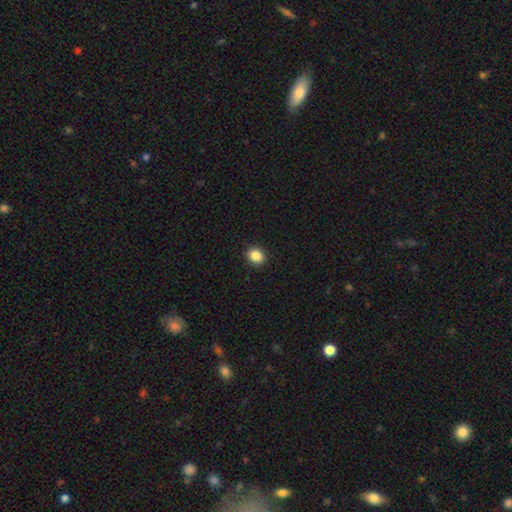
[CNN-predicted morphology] The model was most divided on "how rounded": round: 60%, in between: 39%, cigar-shaped: 1%. More confident: merging — none (91%); smooth or featured — smooth (88%).